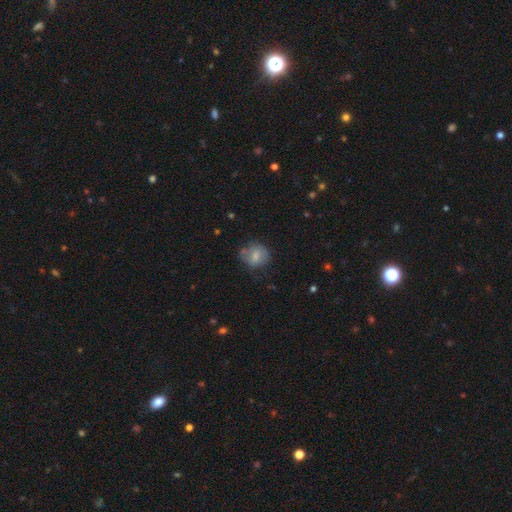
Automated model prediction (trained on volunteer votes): Morphology: type=smooth (69%); roundness=round (72%); merging=none (58%).